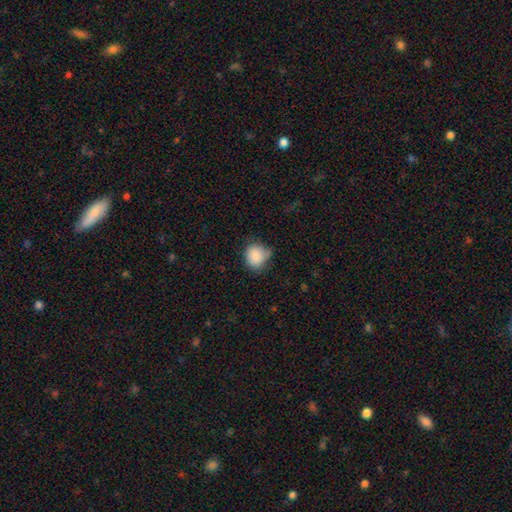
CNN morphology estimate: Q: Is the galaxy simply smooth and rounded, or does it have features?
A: smooth — 86%.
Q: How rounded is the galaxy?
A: round — 73%.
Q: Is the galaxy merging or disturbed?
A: none — 61%.